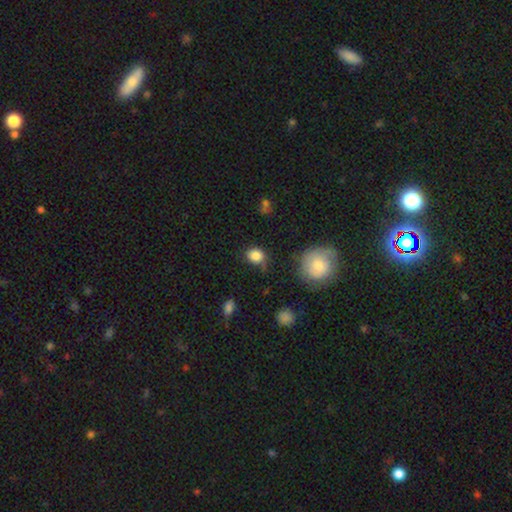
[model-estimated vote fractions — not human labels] Q: Smooth or featured?
A: smooth (84%); runner-up: star or artifact (10%)
Q: How rounded?
A: round (60%); runner-up: in between (39%)
Q: Merging?
A: none (64%); runner-up: minor disturbance (25%)